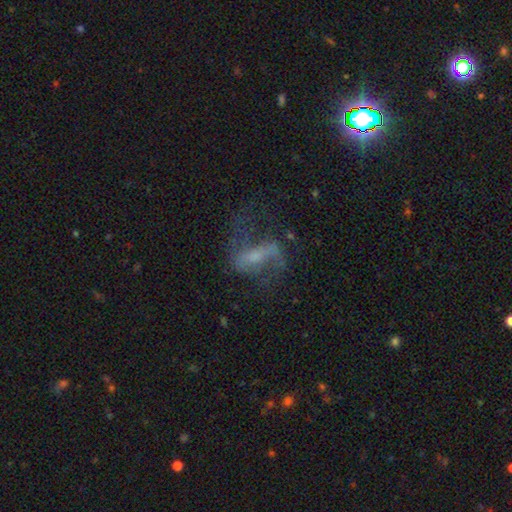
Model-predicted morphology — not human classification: A featured or disk galaxy (72%) with a strong bar (39%), 2 (83%) loose (66%) spiral arms (82%) and a small central bulge (49%).

Vote fractions:
- Smooth or featured? featured or disk: 72% / smooth: 16% / star or artifact: 12%
- Edge-on disk? no: 92% / yes: 8%
- Bar? strong: 39% / weak: 38% / no: 23%
- Spiral arms? yes: 82% / no: 18%
- Spiral winding? loose: 66% / medium: 27% / tight: 7%
- Spiral arm count? 2: 83% / 1: 7% / can't tell: 6% / 3: 2% / 4: 1% / more than 4: 1%
- Bulge size? small: 49% / moderate: 27% / none: 18% / large: 5% / dominant: 2%
- Merging? none: 52% / major disturbance: 28% / minor disturbance: 17% / merger: 3%